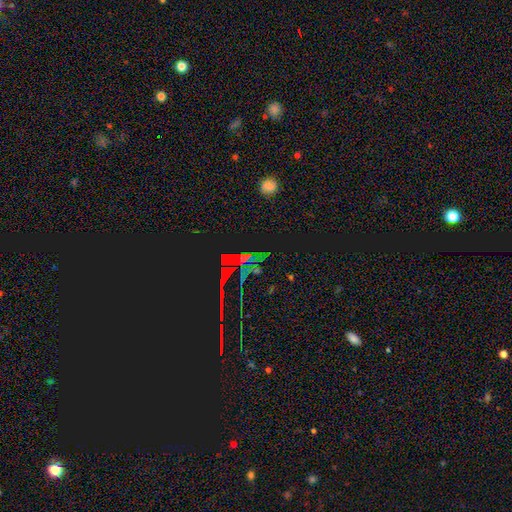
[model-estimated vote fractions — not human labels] Smooth or featured? Predicted: star or artifact (p=0.70).